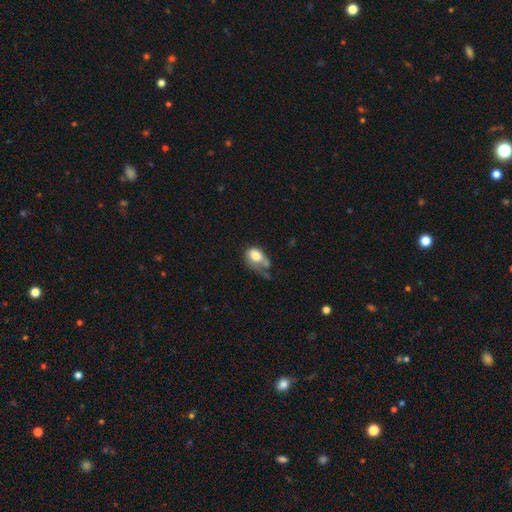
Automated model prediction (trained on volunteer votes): Smooth or featured?
  - smooth: 68% *
  - featured or disk: 24%
  - star or artifact: 8%
How rounded?
  - in between: 76% *
  - round: 22%
  - cigar-shaped: 2%
Merging?
  - major disturbance: 46% *
  - minor disturbance: 23%
  - none: 19%
  - merger: 12%